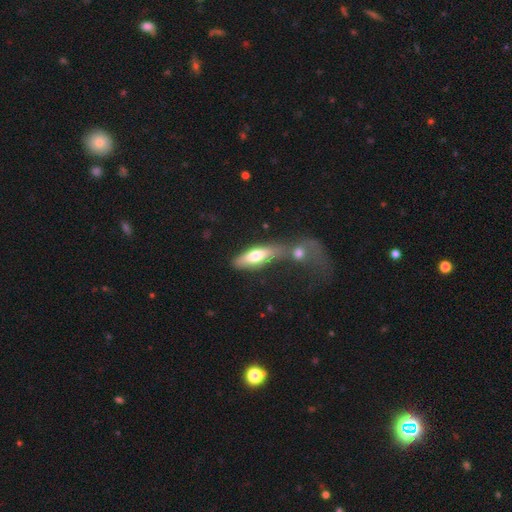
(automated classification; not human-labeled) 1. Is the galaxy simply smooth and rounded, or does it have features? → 63% smooth, 31% featured or disk, 6% star or artifact.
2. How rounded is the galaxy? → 56% in between, 42% cigar-shaped, 3% round.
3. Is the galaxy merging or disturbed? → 39% none, 38% merger, 14% minor disturbance, 9% major disturbance.